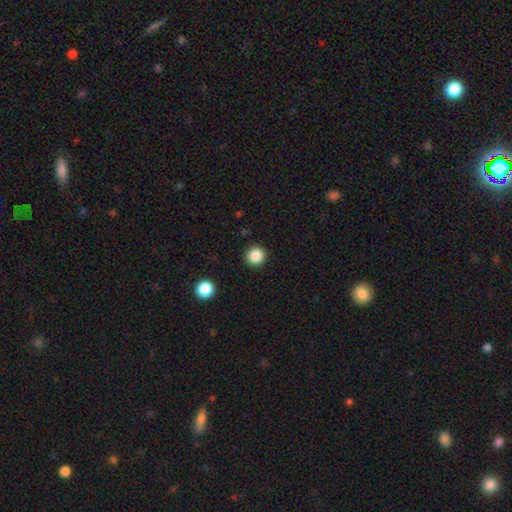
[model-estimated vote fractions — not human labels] Smooth or featured? smooth (86%)
How rounded? round (94%)
Merging? none (92%)